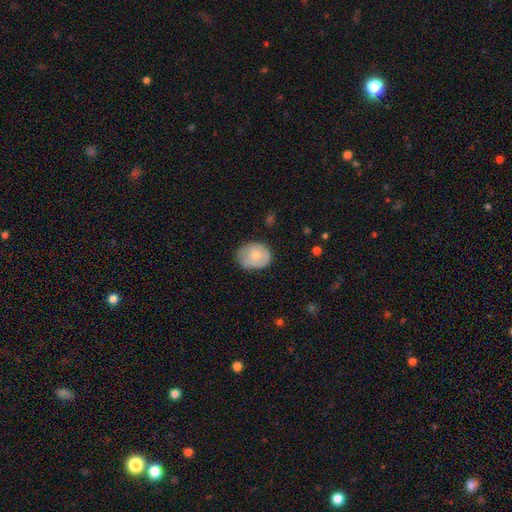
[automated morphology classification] Overall: smooth (70%). How rounded: round (52%; in between 47%). Merging: none (63%; minor disturbance 29%).